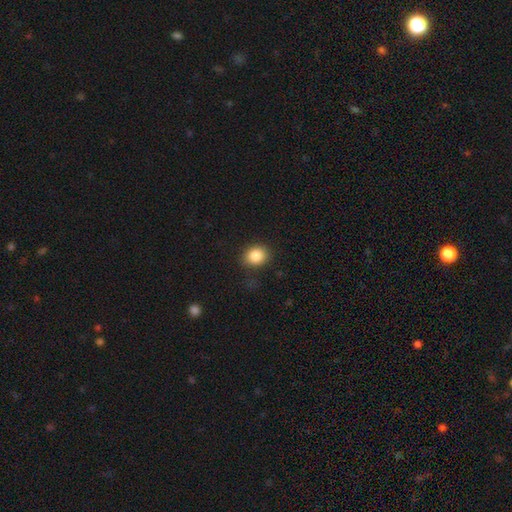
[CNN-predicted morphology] A smooth galaxy with no disk features (85%) that is round (63%). Merging: none (81%).